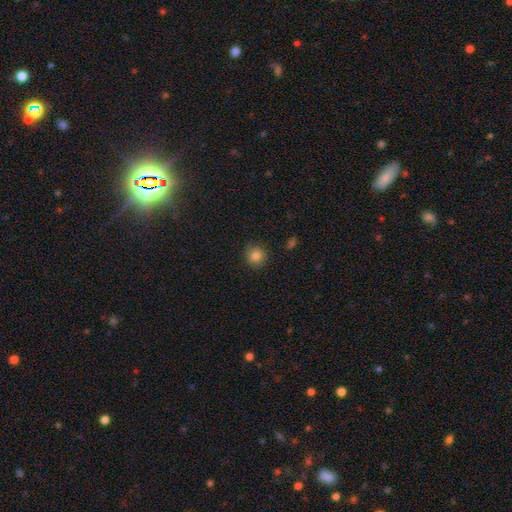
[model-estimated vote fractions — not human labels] Q: Smooth or featured?
A: smooth (83%); runner-up: star or artifact (12%)
Q: How rounded?
A: round (92%); runner-up: in between (7%)
Q: Merging?
A: none (89%); runner-up: minor disturbance (8%)